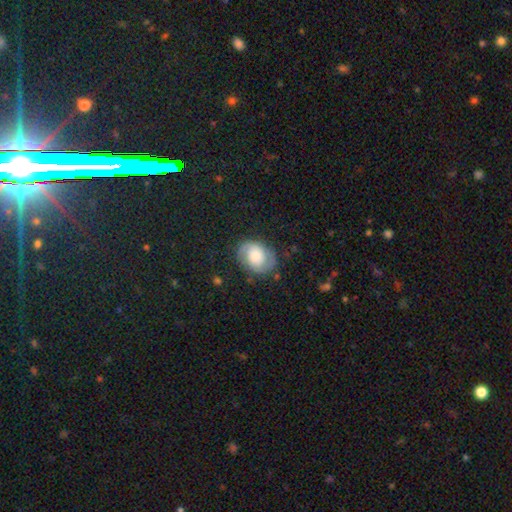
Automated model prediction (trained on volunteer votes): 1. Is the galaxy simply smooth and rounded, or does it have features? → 57% featured or disk, 35% smooth, 8% star or artifact.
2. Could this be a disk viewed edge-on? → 97% no, 3% yes.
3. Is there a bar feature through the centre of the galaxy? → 70% no, 24% weak, 6% strong.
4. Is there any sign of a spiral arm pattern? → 84% yes, 16% no.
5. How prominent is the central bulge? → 38% large, 28% moderate, 18% small, 10% dominant, 7% none.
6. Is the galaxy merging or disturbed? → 71% none, 19% minor disturbance, 9% major disturbance, 2% merger.